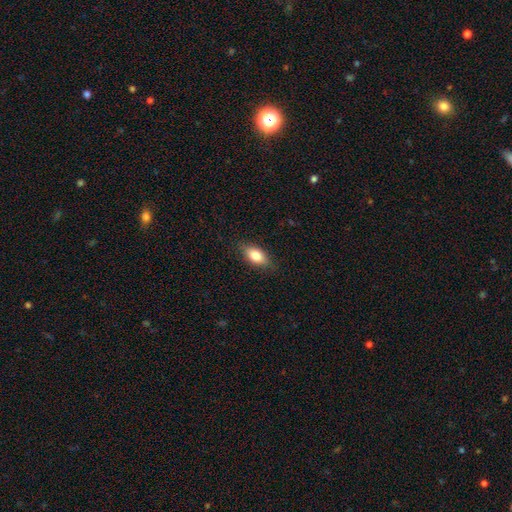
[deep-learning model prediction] smooth 80%, featured or disk 13%, star or artifact 7%. Down the decision tree: how rounded — in between (86%); merging — none (83%).